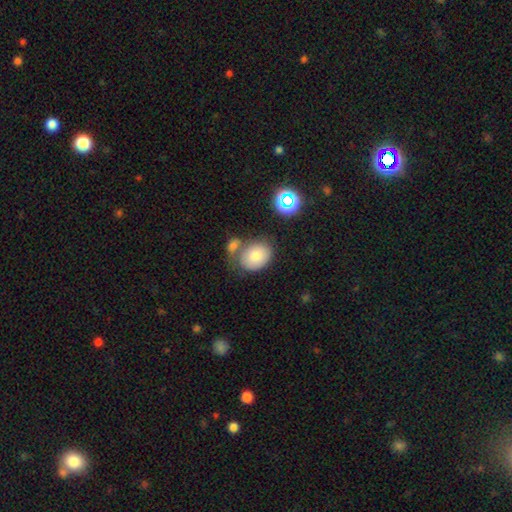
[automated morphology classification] Smooth or featured?
  - smooth: 76% *
  - featured or disk: 13%
  - star or artifact: 10%
How rounded?
  - in between: 61% *
  - round: 38%
  - cigar-shaped: 1%
Merging?
  - none: 52% *
  - merger: 26%
  - minor disturbance: 16%
  - major disturbance: 7%